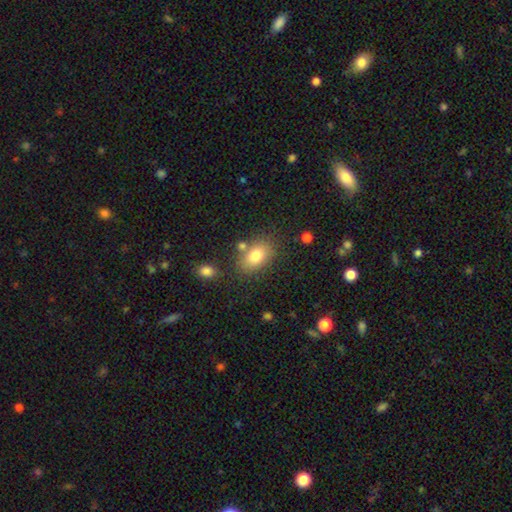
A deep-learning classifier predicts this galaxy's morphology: smooth_or_featured: smooth (p=0.79) [alt: featured or disk p=0.12]
how_rounded: in between (p=0.83) [alt: round p=0.15]
merging: none (p=0.71) [alt: minor disturbance p=0.14]